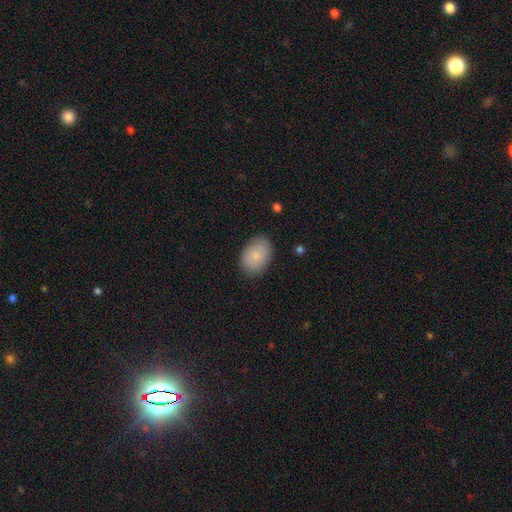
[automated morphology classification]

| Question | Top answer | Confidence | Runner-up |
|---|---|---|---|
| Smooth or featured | smooth | 79% | featured or disk (14%) |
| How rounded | in between | 80% | round (19%) |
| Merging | none | 85% | minor disturbance (12%) |